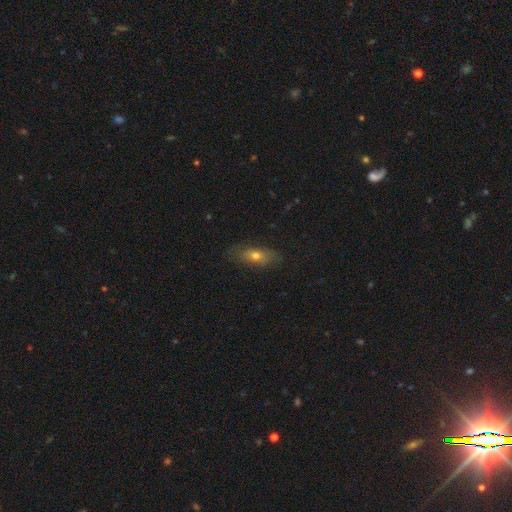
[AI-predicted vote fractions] This is likely a smooth galaxy (65%). How rounded: likely in between (69%). Merging: likely none (77%).